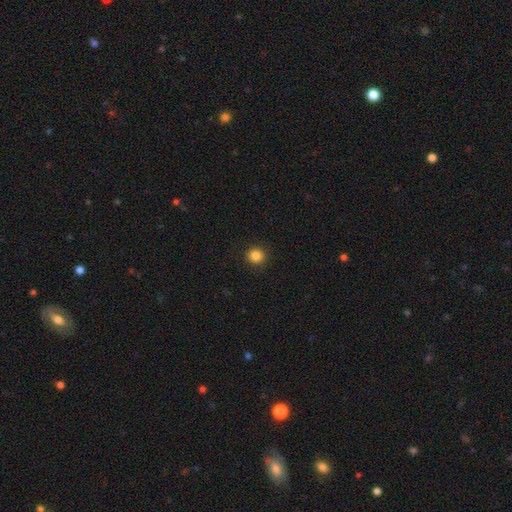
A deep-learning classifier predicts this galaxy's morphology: smooth-or-featured: smooth: 85% | star or artifact: 11% | featured or disk: 4%
  how-rounded: round: 92% | in between: 7% | cigar-shaped: 1%
  merging: none: 93% | minor disturbance: 5% | major disturbance: 2% | merger: 1%